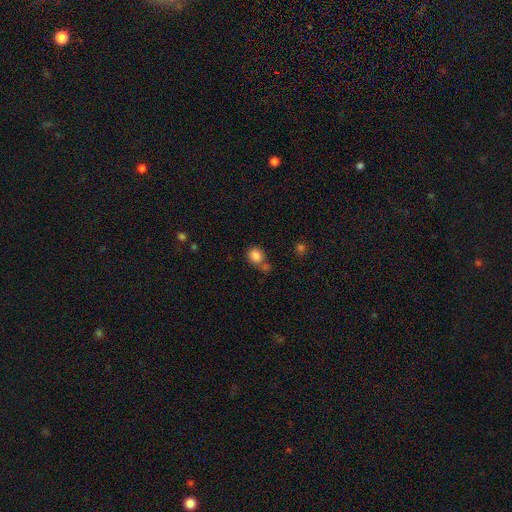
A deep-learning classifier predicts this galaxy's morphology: smooth-or-featured: smooth: 83% | star or artifact: 10% | featured or disk: 6%
  how-rounded: round: 74% | in between: 25% | cigar-shaped: 1%
  merging: none: 50% | merger: 28% | minor disturbance: 15% | major disturbance: 7%